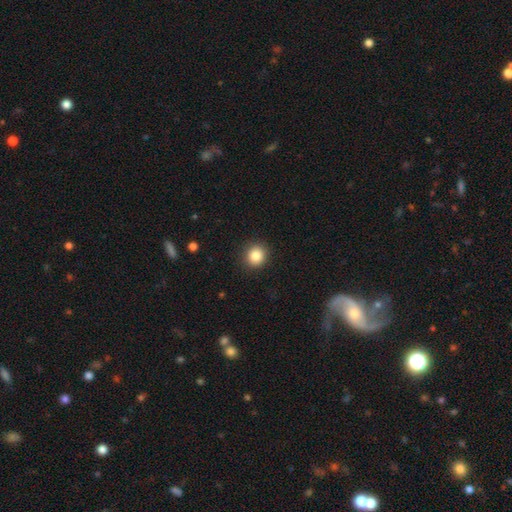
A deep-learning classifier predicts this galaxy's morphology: Smooth or featured? smooth (86%)
How rounded? round (88%)
Merging? none (91%)